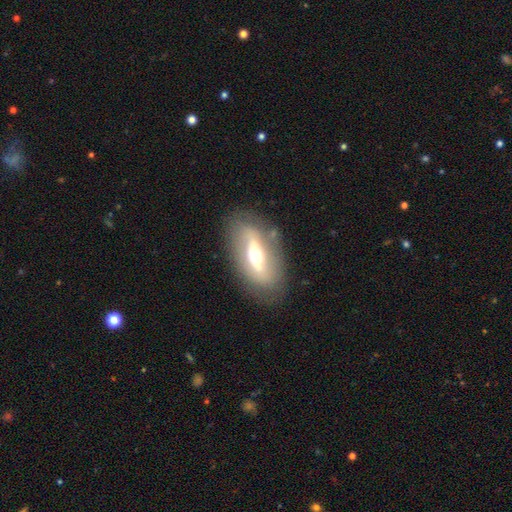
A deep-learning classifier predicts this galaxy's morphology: A featured or disk galaxy (61%).

Vote fractions:
- Smooth or featured? featured or disk: 61% / smooth: 32% / star or artifact: 7%
- Edge-on disk? no: 75% / yes: 25%
- Merging? none: 78% / minor disturbance: 14% / major disturbance: 6% / merger: 2%